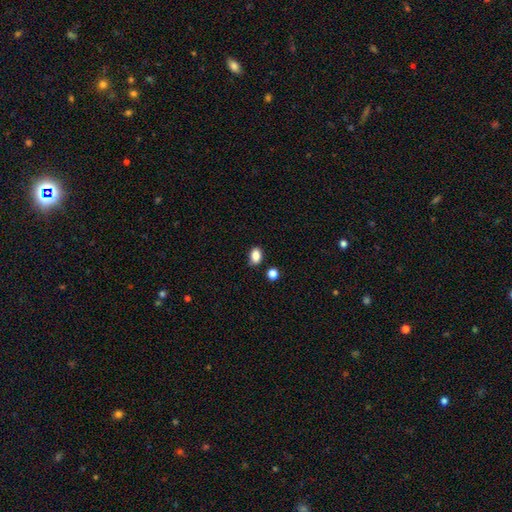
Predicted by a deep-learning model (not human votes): Overall: smooth (86%). How rounded: in between (79%). Merging: none (79%).